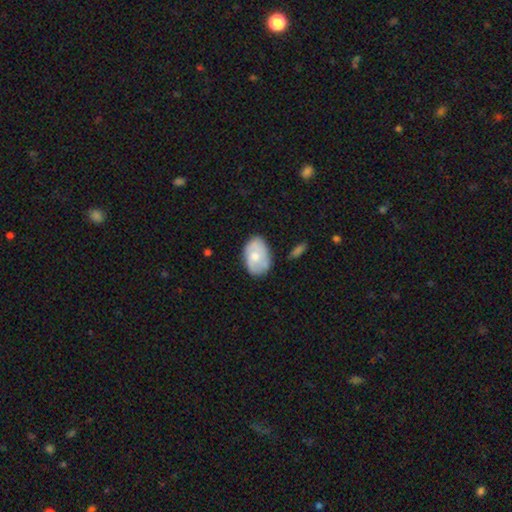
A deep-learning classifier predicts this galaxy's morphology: Smooth or featured? smooth (59%)
How rounded? in between (85%)
Merging? none (66%)